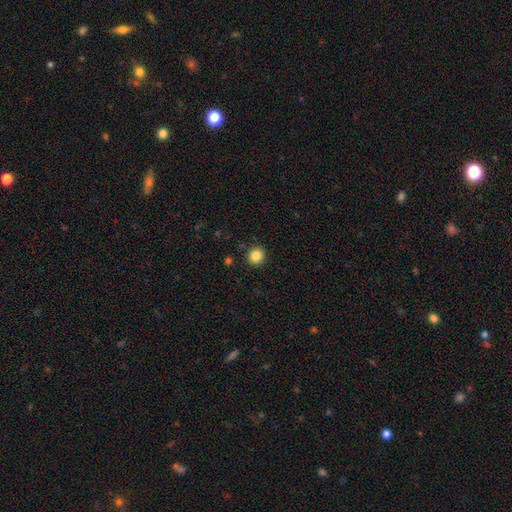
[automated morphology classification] Smooth or featured? Predicted: smooth (p=0.85). How rounded? Predicted: round (p=0.88). Merging? Predicted: none (p=0.90).